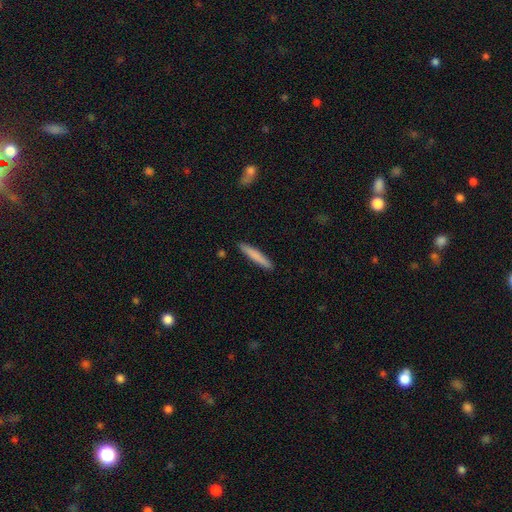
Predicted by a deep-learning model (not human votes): Overall: smooth (78%). How rounded: cigar-shaped (94%). Merging: none (90%).